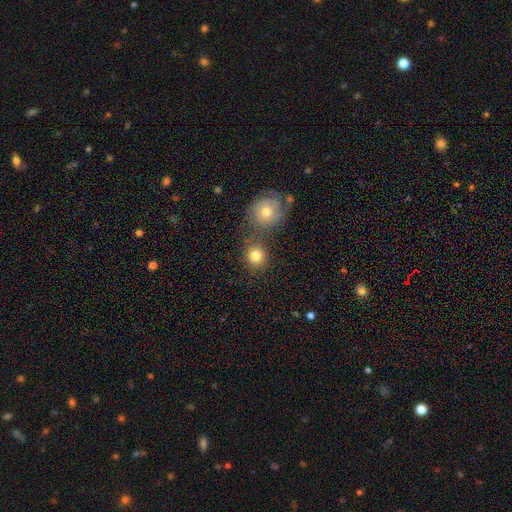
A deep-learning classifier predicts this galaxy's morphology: Smooth or featured?
  - smooth: 81% *
  - star or artifact: 10%
  - featured or disk: 9%
How rounded?
  - round: 87% *
  - in between: 12%
  - cigar-shaped: 1%
Merging?
  - none: 61% *
  - merger: 26%
  - minor disturbance: 9%
  - major disturbance: 4%